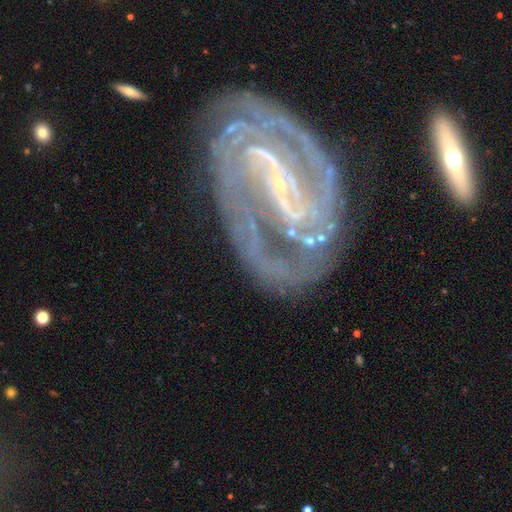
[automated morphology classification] Smooth or featured? Predicted: featured or disk (p=0.90). Edge-on disk? Predicted: no (p=0.97). Bar? Predicted: strong (p=0.49). Spiral arms? Predicted: yes (p=0.96). Spiral winding? Predicted: medium (p=0.44). Spiral arm count? Predicted: 2 (p=0.60). Bulge size? Predicted: small (p=0.84). Merging? Predicted: none (p=0.63).